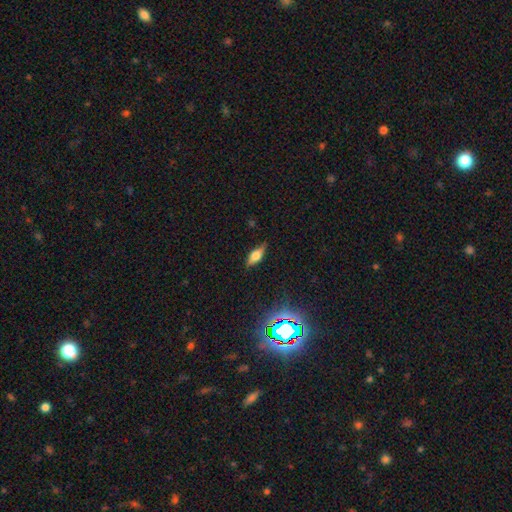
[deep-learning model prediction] Morphology: type=smooth (53%); roundness=in between (70%); merging=none (84%).